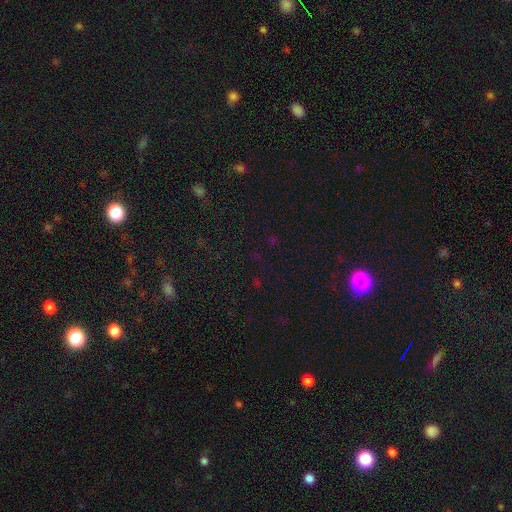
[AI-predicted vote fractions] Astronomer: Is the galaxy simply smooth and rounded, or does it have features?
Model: star or artifact — 69%.